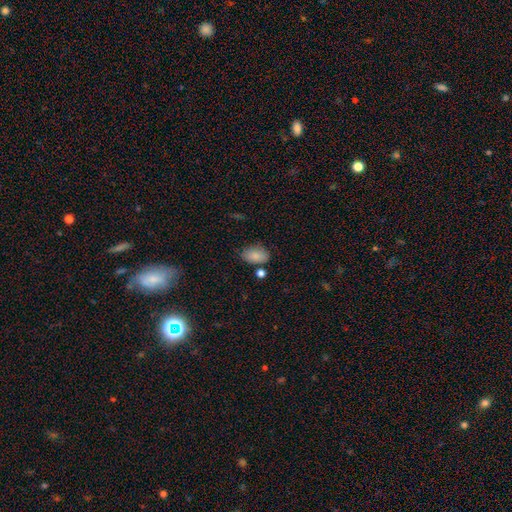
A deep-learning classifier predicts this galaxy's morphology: Smooth or featured? smooth (86%)
How rounded? in between (90%)
Merging? none (72%)